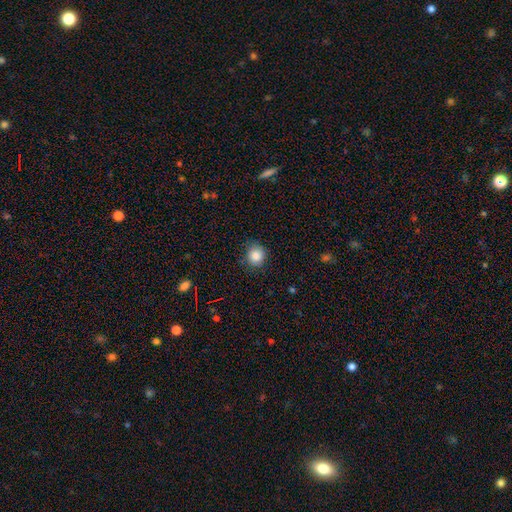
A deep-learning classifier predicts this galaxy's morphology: type=smooth (86%); roundness=round (85%); merging=none (81%).